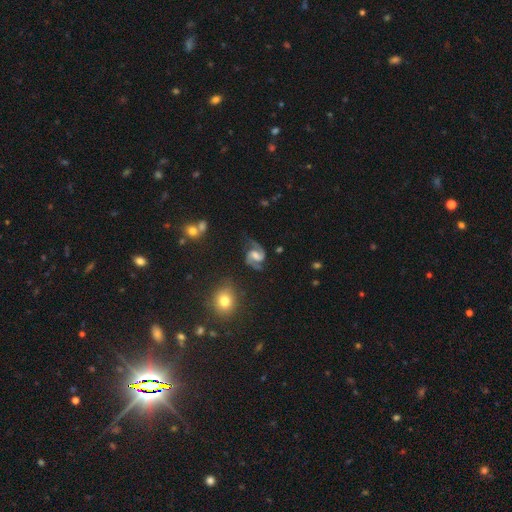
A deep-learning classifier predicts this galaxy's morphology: Overall: featured or disk (88%). Edge-on disk: no (98%). Bar: weak (51%; no 28%). Spiral arms: yes (97%). Spiral arm count: 2 (93%). Spiral winding: medium (56%; loose 31%). Bulge size: moderate (40%; small 26%). Merging: none (74%).